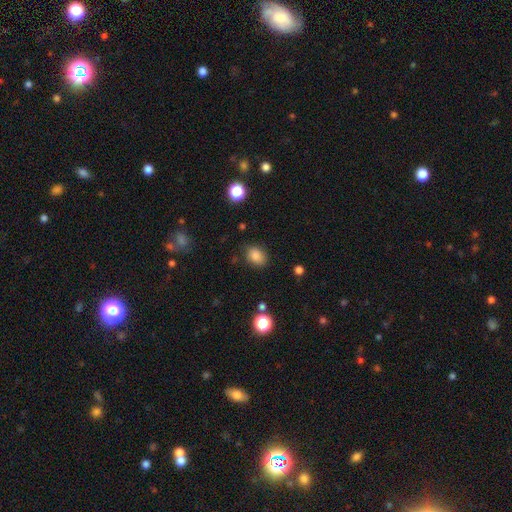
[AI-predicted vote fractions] smooth-or-featured: smooth: 84% | star or artifact: 11% | featured or disk: 5%
  how-rounded: in between: 70% | round: 29% | cigar-shaped: 1%
  merging: none: 82% | minor disturbance: 12% | major disturbance: 4% | merger: 2%